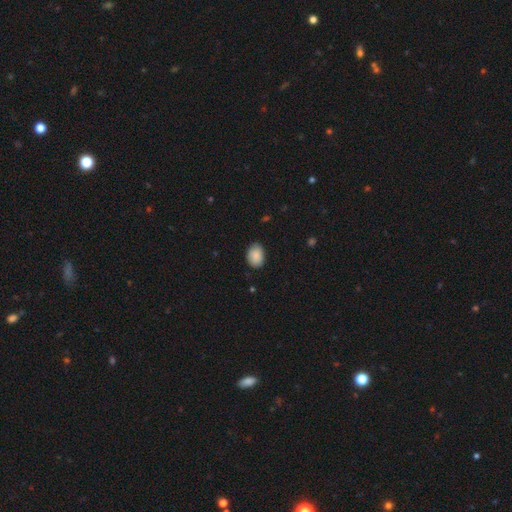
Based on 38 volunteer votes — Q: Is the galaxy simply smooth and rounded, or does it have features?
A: smooth — 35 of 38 (92%).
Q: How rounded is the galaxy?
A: in between — 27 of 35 (77%).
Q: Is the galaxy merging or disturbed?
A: none — 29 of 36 (81%).